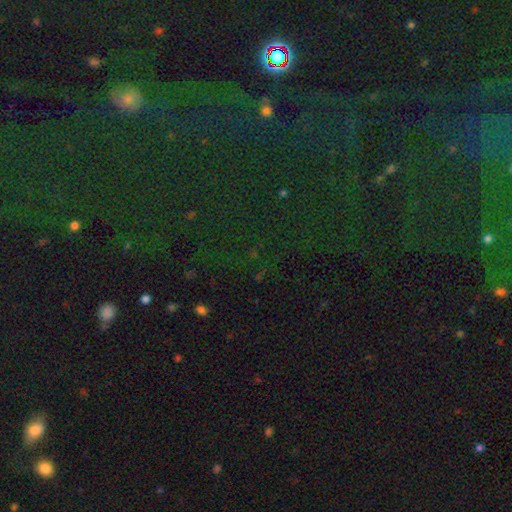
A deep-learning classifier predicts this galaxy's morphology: star or artifact 80%, smooth 12%, featured or disk 8%.